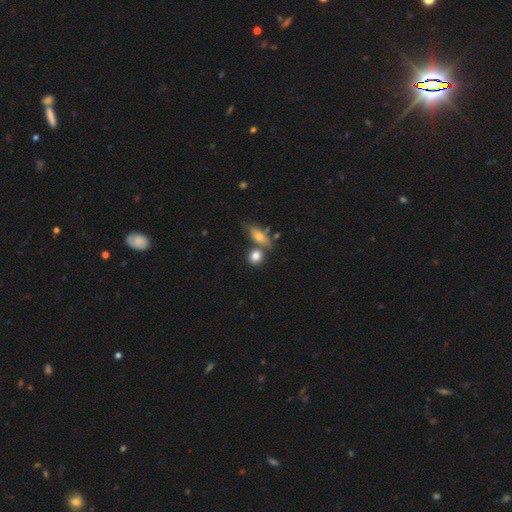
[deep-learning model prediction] Overall: smooth (81%). How rounded: round (68%). Merging: none (58%; merger 27%).